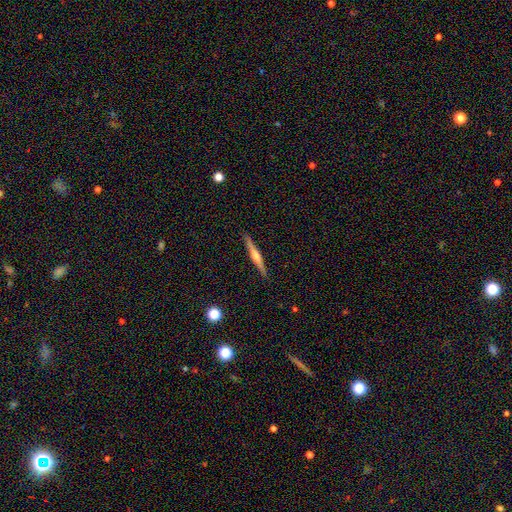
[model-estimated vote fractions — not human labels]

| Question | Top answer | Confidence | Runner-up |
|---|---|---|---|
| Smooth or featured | featured or disk | 74% | smooth (20%) |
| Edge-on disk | yes | 98% | no (2%) |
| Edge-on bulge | rounded | 83% | none (9%) |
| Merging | none | 92% | minor disturbance (6%) |